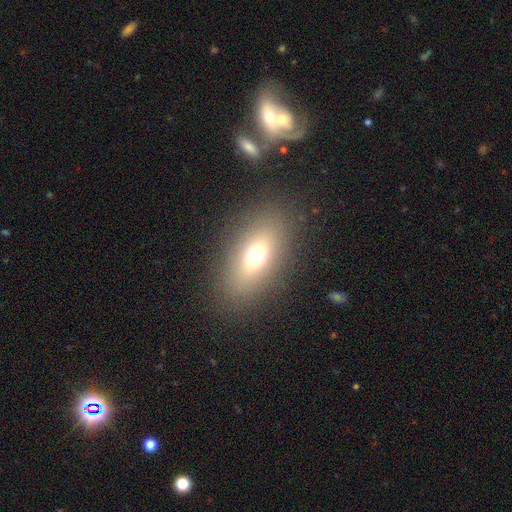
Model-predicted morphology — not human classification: smooth-or-featured: smooth: 67% | featured or disk: 19% | star or artifact: 15%
  how-rounded: in between: 81% | round: 11% | cigar-shaped: 8%
  merging: none: 86% | minor disturbance: 8% | major disturbance: 5% | merger: 1%